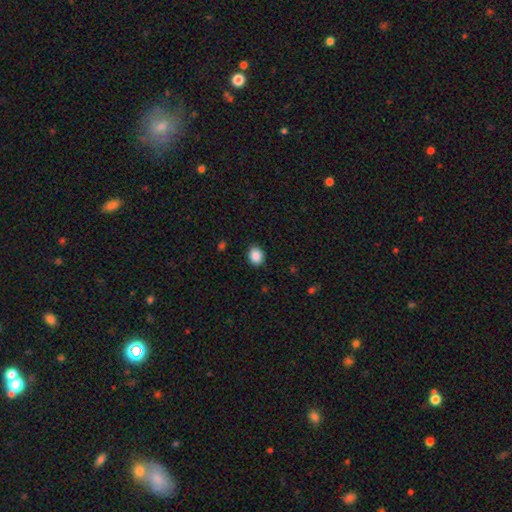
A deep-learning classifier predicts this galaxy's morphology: This is clearly a smooth galaxy (88%). How rounded: possibly round (57%). Merging: clearly none (90%).